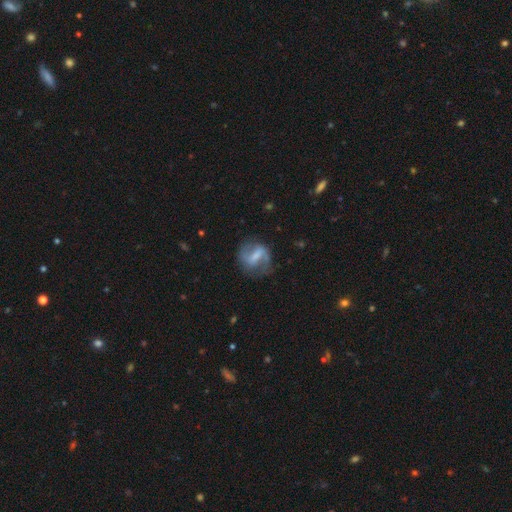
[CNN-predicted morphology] featured or disk 66%, smooth 27%, star or artifact 8%. Down the decision tree: edge-on disk — no (95%); bar — strong (50%); spiral arms — yes (74%); bulge size — none (31%); merging — none (65%).